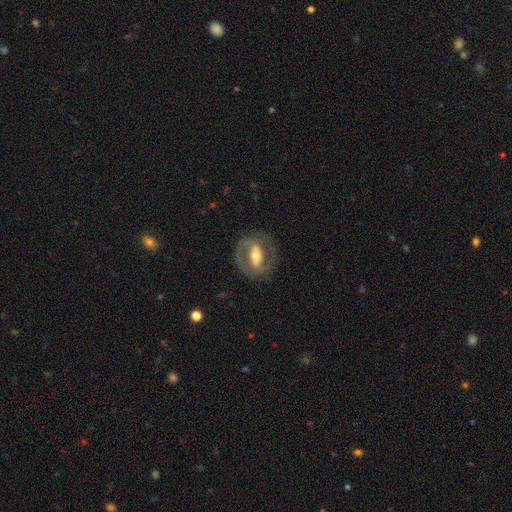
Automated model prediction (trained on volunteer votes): A featured or disk galaxy (82%) with a strong bar (55%), 2 (87%) medium (48%) spiral arms (81%) and a moderate central bulge (66%).

Vote fractions:
- Smooth or featured? featured or disk: 82% / smooth: 13% / star or artifact: 5%
- Edge-on disk? no: 95% / yes: 5%
- Bar? strong: 55% / weak: 30% / no: 16%
- Spiral arms? yes: 81% / no: 19%
- Spiral winding? medium: 48% / tight: 38% / loose: 14%
- Spiral arm count? 2: 87% / can't tell: 6% / 1: 4% / 3: 1% / 4: 1% / more than 4: 1%
- Bulge size? moderate: 66% / small: 23% / large: 8% / dominant: 1% / none: 1%
- Merging? none: 80% / minor disturbance: 12% / major disturbance: 7% / merger: 1%